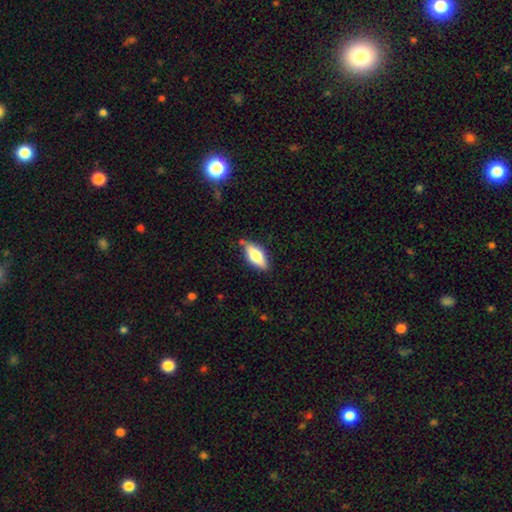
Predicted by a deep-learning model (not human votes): A smooth galaxy with no disk features (65%) that is in between round and cigar-shaped (76%).

Vote fractions:
- Smooth or featured? smooth: 65% / featured or disk: 29% / star or artifact: 7%
- How rounded? in between: 76% / cigar-shaped: 21% / round: 3%
- Merging? none: 77% / minor disturbance: 17% / major disturbance: 3% / merger: 2%